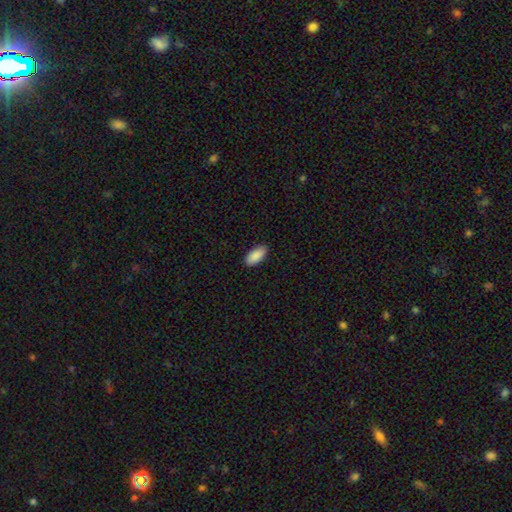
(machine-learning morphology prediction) smooth_or_featured: smooth (p=0.90) [alt: star or artifact p=0.06]
how_rounded: in between (p=0.91) [alt: cigar-shaped p=0.07]
merging: none (p=0.89) [alt: minor disturbance p=0.08]